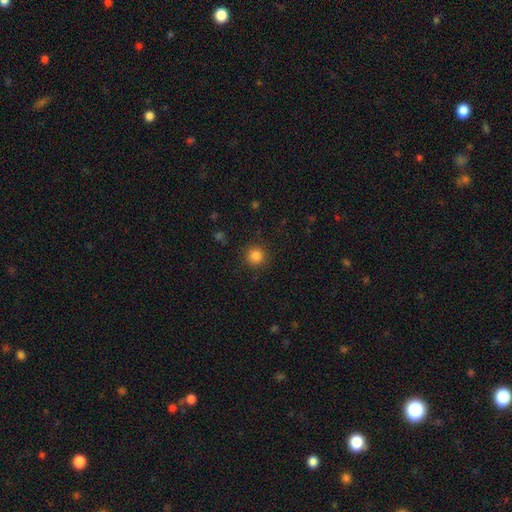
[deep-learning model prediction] Smooth or featured: smooth — 85% (star or artifact — 12%)
How rounded: round — 95% (in between — 4%)
Merging: none — 90% (minor disturbance — 6%)